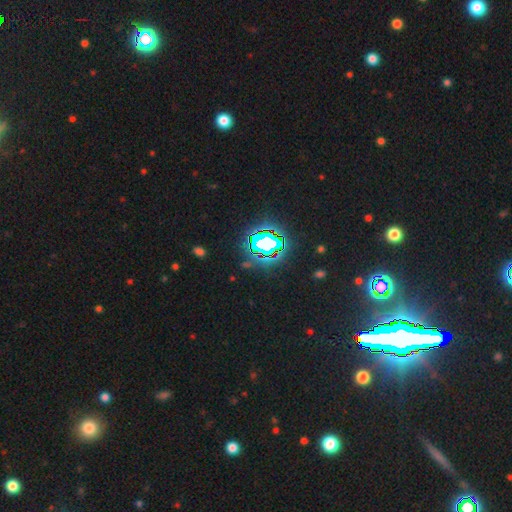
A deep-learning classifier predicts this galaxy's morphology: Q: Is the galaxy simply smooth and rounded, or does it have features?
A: star or artifact — 82%.